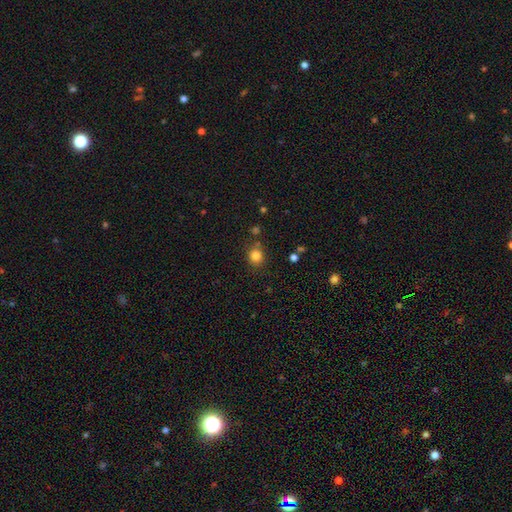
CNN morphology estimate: Smooth or featured: smooth — 82% (star or artifact — 13%)
How rounded: round — 82% (in between — 17%)
Merging: none — 81% (minor disturbance — 10%)